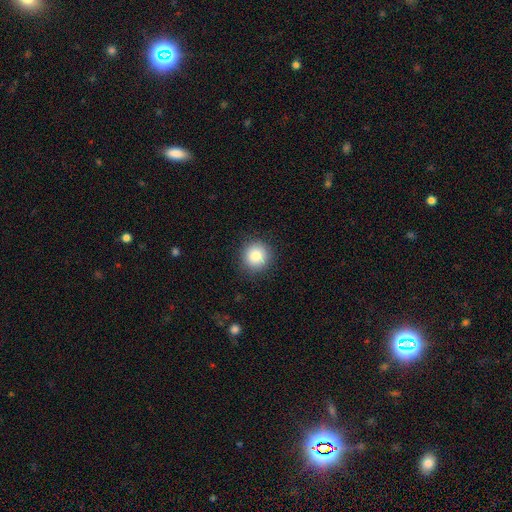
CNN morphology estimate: smooth-or-featured: smooth: 85% | star or artifact: 9% | featured or disk: 6%
  how-rounded: round: 93% | in between: 6% | cigar-shaped: 1%
  merging: none: 89% | minor disturbance: 7% | major disturbance: 2% | merger: 1%